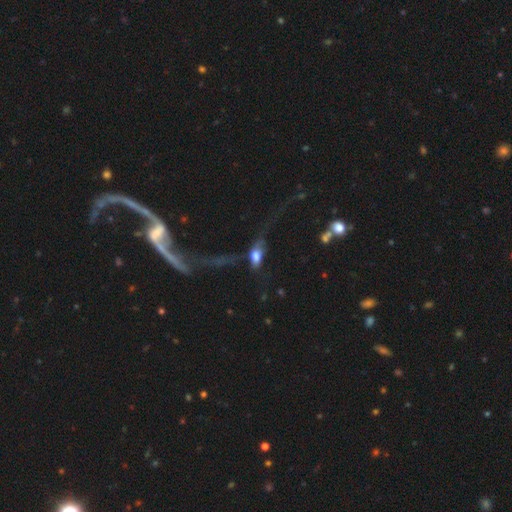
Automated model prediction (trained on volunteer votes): Smooth or featured? Predicted: smooth (p=0.57). How rounded? Predicted: in between (p=0.78). Merging? Predicted: major disturbance (p=0.50).